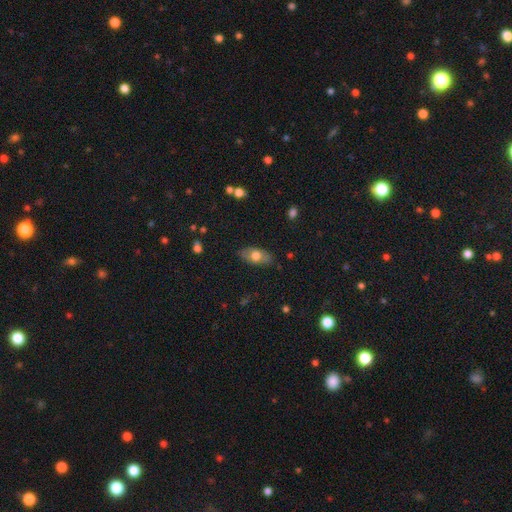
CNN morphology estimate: Overall: smooth (67%). How rounded: in between (89%). Merging: none (82%).